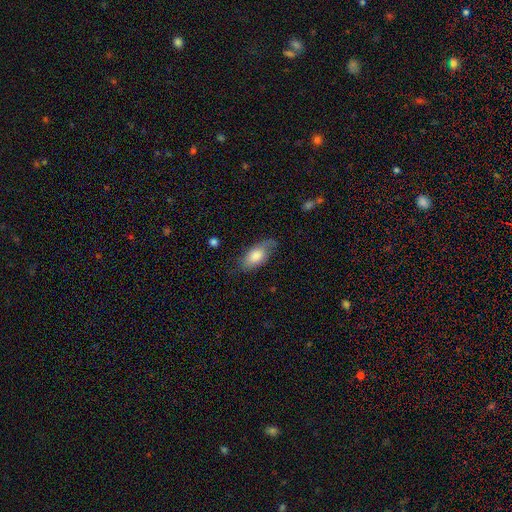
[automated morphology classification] Q: Smooth or featured?
A: smooth (70%); runner-up: featured or disk (23%)
Q: How rounded?
A: in between (88%); runner-up: cigar-shaped (8%)
Q: Merging?
A: none (65%); runner-up: minor disturbance (26%)